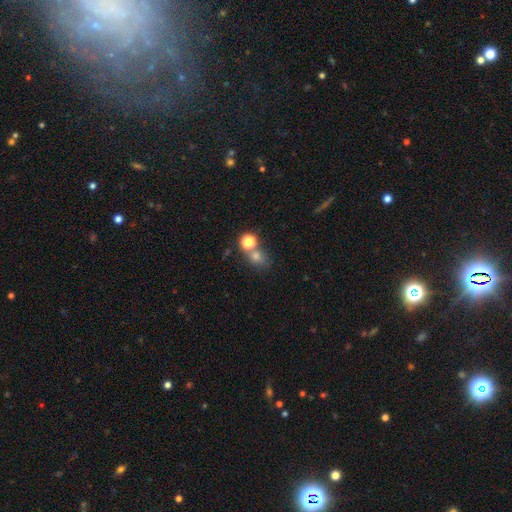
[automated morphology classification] This is likely a smooth galaxy (68%). How rounded: likely round (71%). Merging: possibly none (51%).